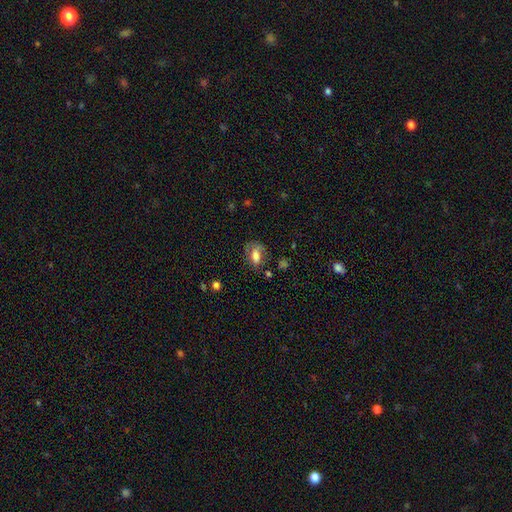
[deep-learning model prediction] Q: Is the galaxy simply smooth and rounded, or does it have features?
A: smooth — 59%.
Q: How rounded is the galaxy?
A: in between — 82%.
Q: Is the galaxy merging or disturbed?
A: none — 54%.